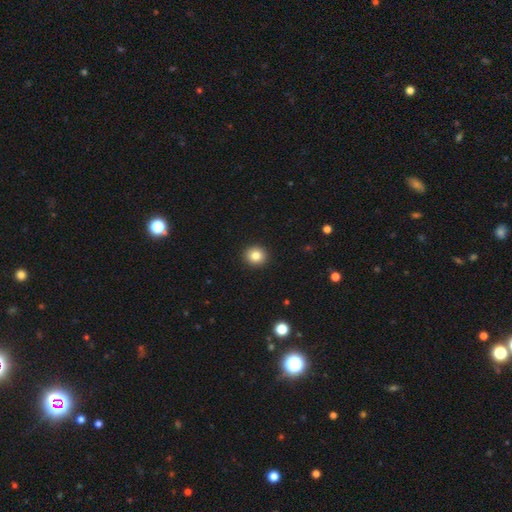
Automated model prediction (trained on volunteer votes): Overall: smooth (83%). How rounded: round (88%). Merging: none (93%).